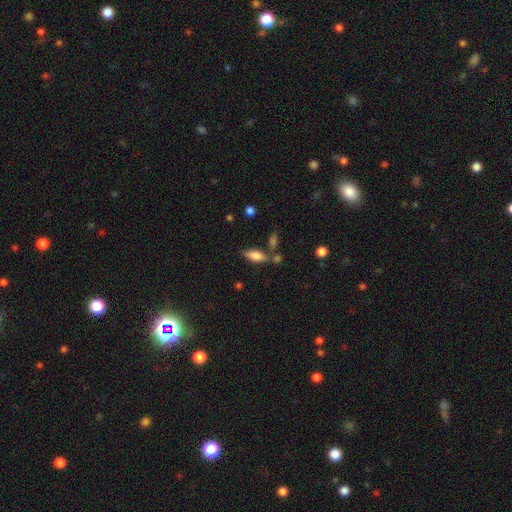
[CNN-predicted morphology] A smooth galaxy with no disk features (74%) that is in between round and cigar-shaped (69%). Merging: none (63%).